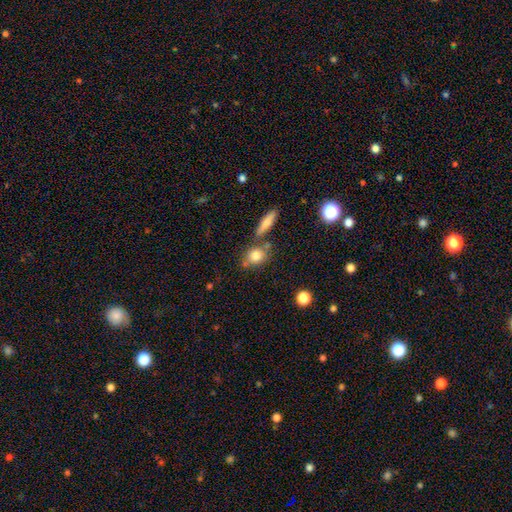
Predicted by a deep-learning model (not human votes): Morphology: type=smooth (80%); roundness=round (60%); merging=none (63%).